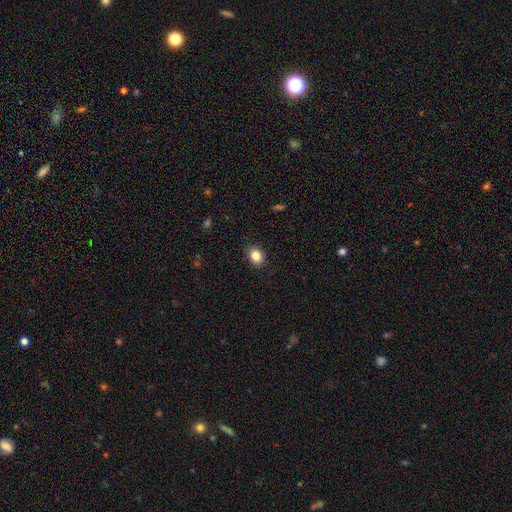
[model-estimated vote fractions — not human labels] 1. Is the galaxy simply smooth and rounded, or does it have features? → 85% smooth, 10% star or artifact, 5% featured or disk.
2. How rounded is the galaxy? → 58% in between, 41% round, 1% cigar-shaped.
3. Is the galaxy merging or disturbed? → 89% none, 8% minor disturbance, 2% major disturbance, 1% merger.